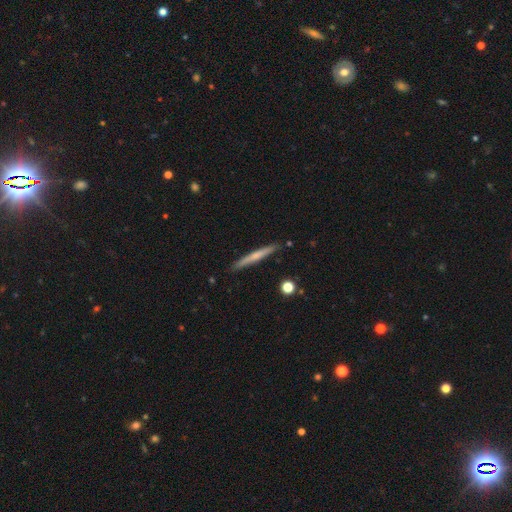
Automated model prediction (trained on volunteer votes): Smooth or featured? smooth (52%)
How rounded? cigar-shaped (96%)
Merging? none (89%)